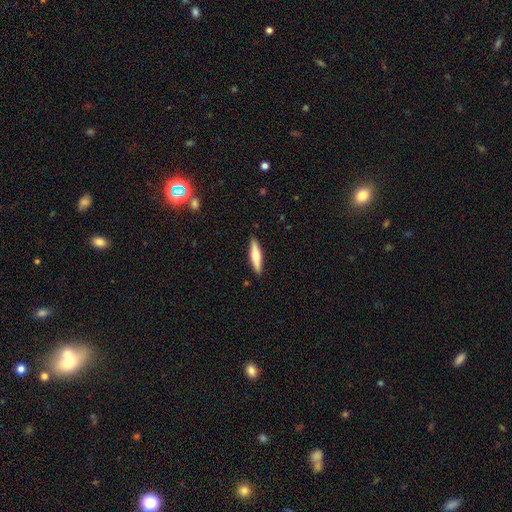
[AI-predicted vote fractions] Q: Smooth or featured?
A: smooth (50%); runner-up: featured or disk (45%)
Q: Merging?
A: none (90%); runner-up: minor disturbance (7%)